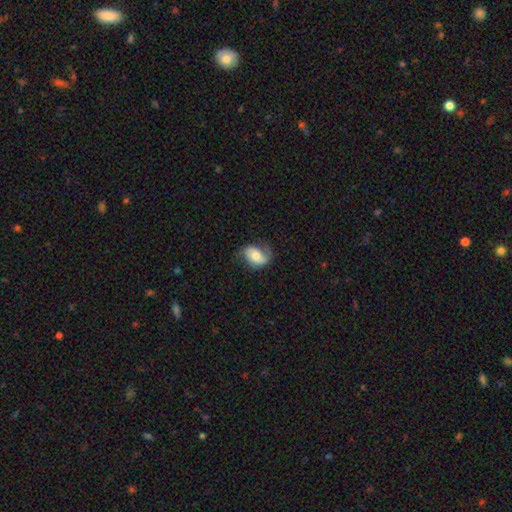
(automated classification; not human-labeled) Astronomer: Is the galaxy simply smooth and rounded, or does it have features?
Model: featured or disk — 50% (runner-up: smooth, 42%).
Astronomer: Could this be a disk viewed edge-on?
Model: no — 96%.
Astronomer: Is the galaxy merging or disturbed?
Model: none — 60%.